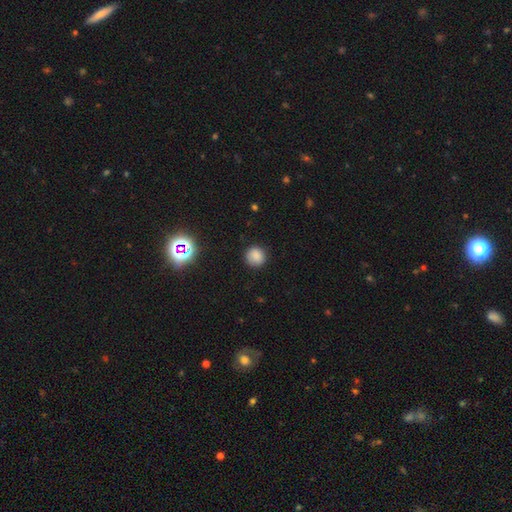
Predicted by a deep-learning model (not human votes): Smooth or featured?
  - smooth: 83% *
  - star or artifact: 13%
  - featured or disk: 4%
How rounded?
  - round: 91% *
  - in between: 8%
  - cigar-shaped: 1%
Merging?
  - none: 88% *
  - minor disturbance: 9%
  - major disturbance: 3%
  - merger: 1%